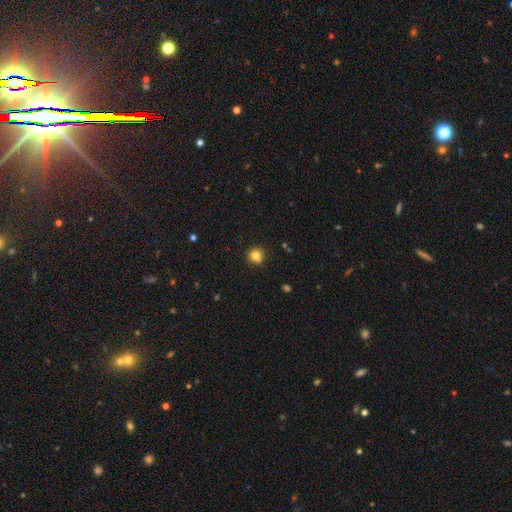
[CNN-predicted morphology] A smooth galaxy with no disk features (81%) that is round (92%). Merging: none (82%).